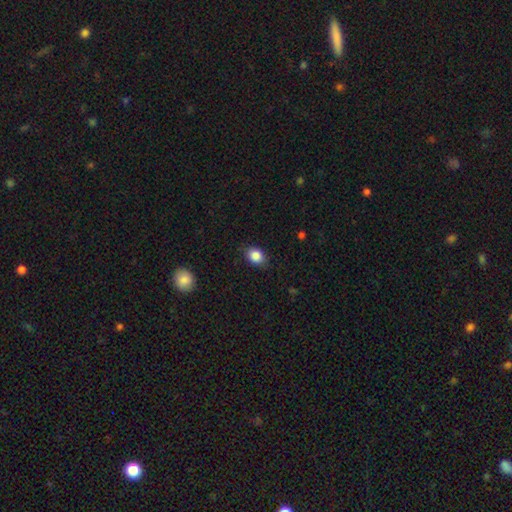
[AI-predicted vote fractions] The model was most divided on "how rounded": in between: 66%, round: 33%, cigar-shaped: 1%. More confident: smooth or featured — smooth (86%); merging — none (84%).